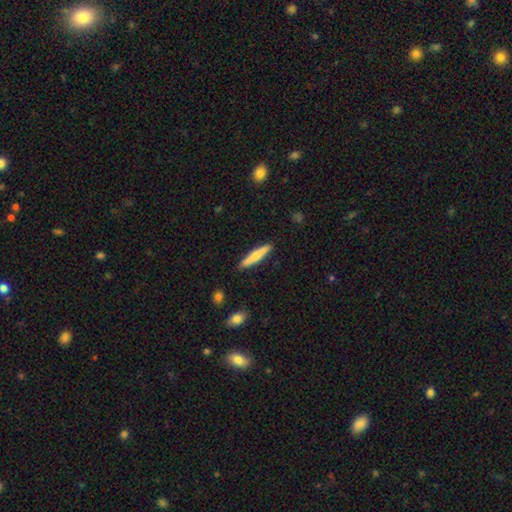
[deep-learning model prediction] The model was most divided on "smooth or featured": smooth: 64%, featured or disk: 30%, star or artifact: 6%. More confident: how rounded — cigar-shaped (92%); merging — none (90%).